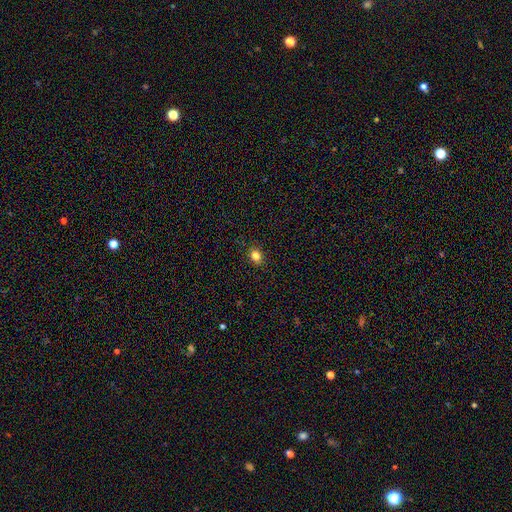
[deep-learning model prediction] Smooth or featured? smooth (83%)
How rounded? round (51%)
Merging? none (89%)